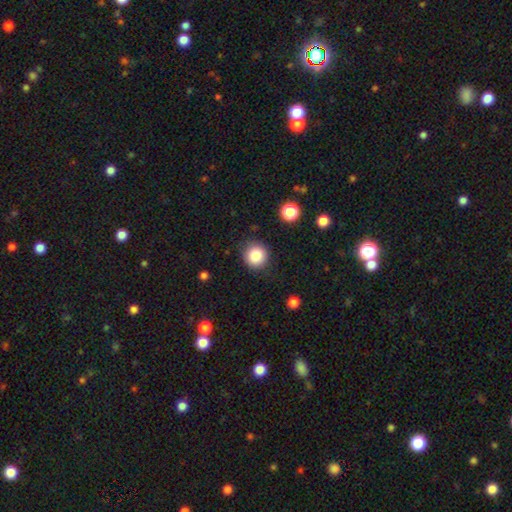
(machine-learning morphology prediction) This appears to be a smooth galaxy with no disk features (85%) that is round (93%). Merging: none (87%).